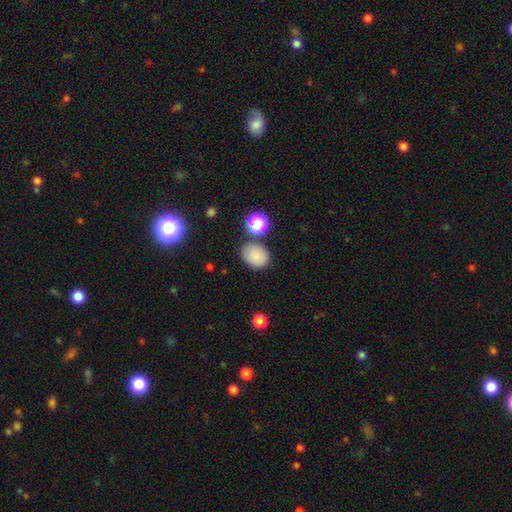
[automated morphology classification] A smooth galaxy with no disk features (82%) that is in between round and cigar-shaped (60%).

Vote fractions:
- Smooth or featured? smooth: 82% / star or artifact: 11% / featured or disk: 7%
- How rounded? in between: 60% / round: 39% / cigar-shaped: 1%
- Merging? none: 76% / minor disturbance: 14% / merger: 7% / major disturbance: 4%